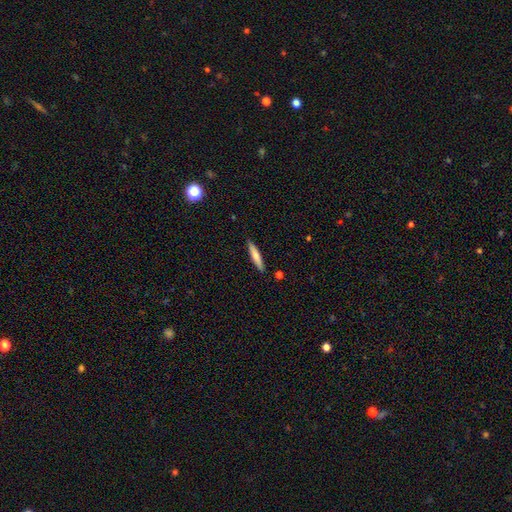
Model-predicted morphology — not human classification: The model was most divided on "smooth or featured": smooth: 67%, featured or disk: 27%, star or artifact: 6%. More confident: how rounded — cigar-shaped (89%); merging — none (89%).